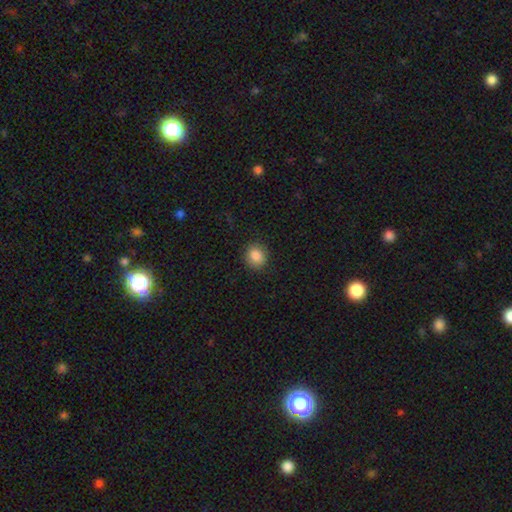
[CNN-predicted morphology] smooth_or_featured: smooth (p=0.86) [alt: star or artifact p=0.09]
how_rounded: round (p=0.83) [alt: in between p=0.16]
merging: none (p=0.89) [alt: minor disturbance p=0.07]